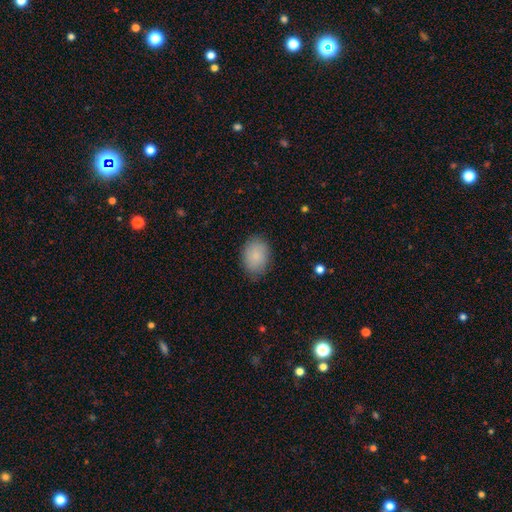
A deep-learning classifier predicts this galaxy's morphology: A smooth galaxy with no disk features (85%) that is in between round and cigar-shaped (78%). Merging: none (82%).